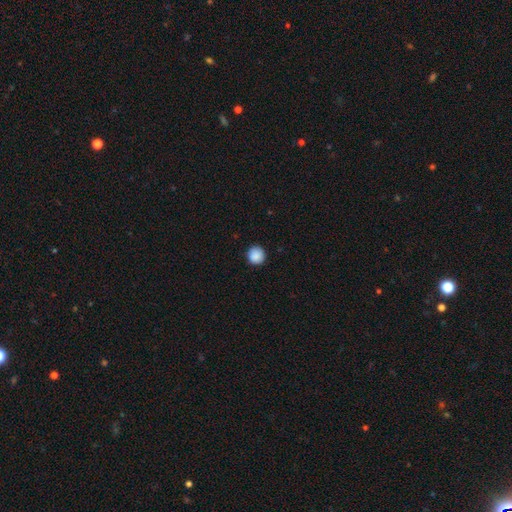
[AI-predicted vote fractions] This is clearly a smooth galaxy (89%). How rounded: clearly round (95%). Merging: clearly none (90%).